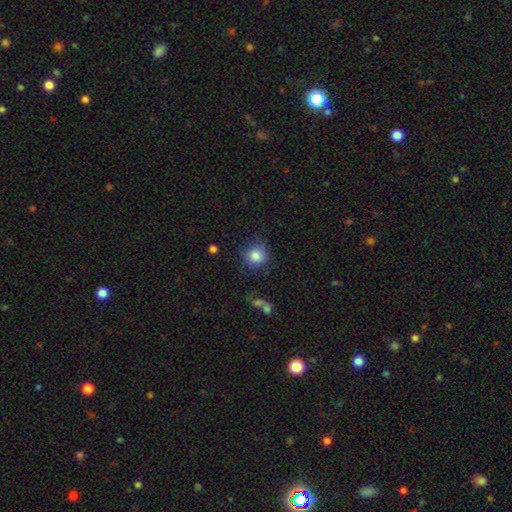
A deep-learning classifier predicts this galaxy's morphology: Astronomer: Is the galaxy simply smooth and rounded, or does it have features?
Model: smooth — 84%.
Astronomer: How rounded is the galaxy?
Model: round — 91%.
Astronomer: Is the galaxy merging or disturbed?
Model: none — 76%.